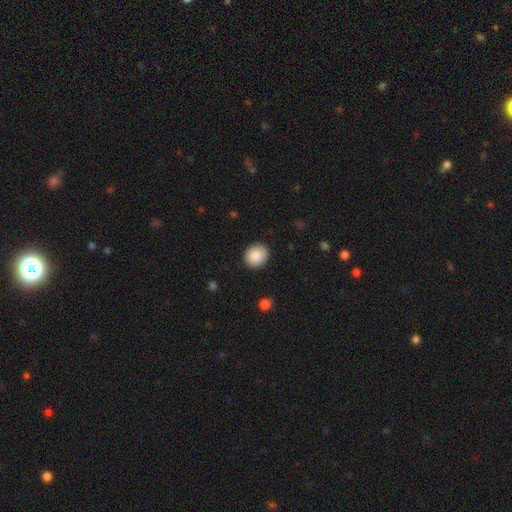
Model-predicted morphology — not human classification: The model was most divided on "how rounded": round: 73%, in between: 27%, cigar-shaped: 1%. More confident: smooth or featured — smooth (89%); merging — none (88%).